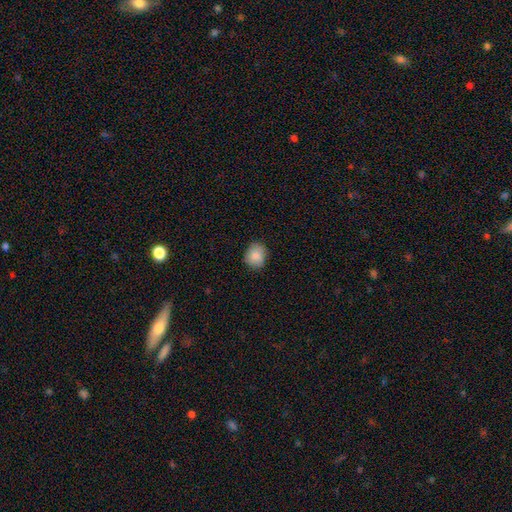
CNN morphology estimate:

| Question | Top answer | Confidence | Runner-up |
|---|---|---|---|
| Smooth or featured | smooth | 82% | featured or disk (10%) |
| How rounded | round | 63% | in between (36%) |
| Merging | none | 81% | minor disturbance (15%) |